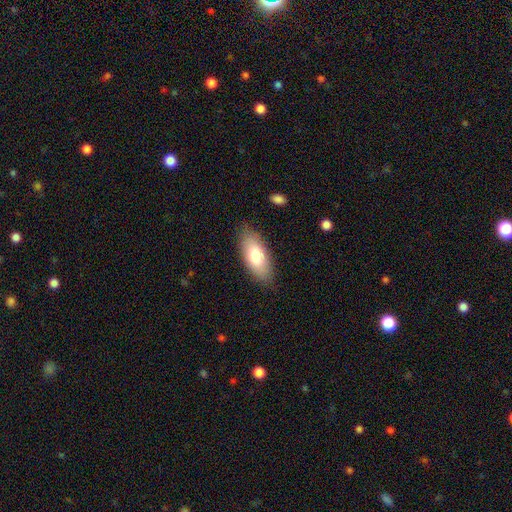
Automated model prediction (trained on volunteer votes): Smooth or featured?
  - smooth: 77% *
  - featured or disk: 17%
  - star or artifact: 6%
How rounded?
  - in between: 85% *
  - cigar-shaped: 13%
  - round: 2%
Merging?
  - none: 84% *
  - minor disturbance: 12%
  - major disturbance: 3%
  - merger: 1%